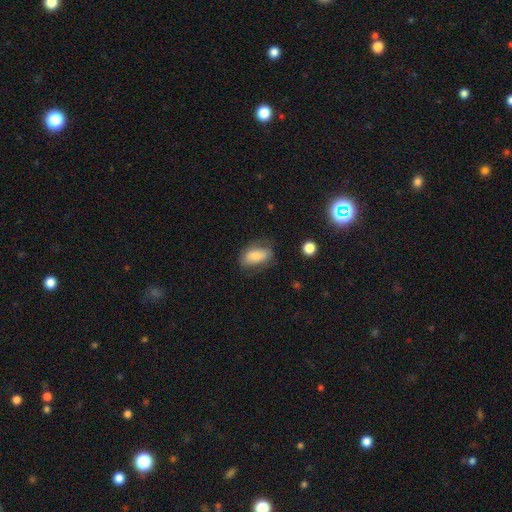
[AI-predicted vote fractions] Smooth or featured? smooth (79%)
How rounded? in between (89%)
Merging? none (67%)